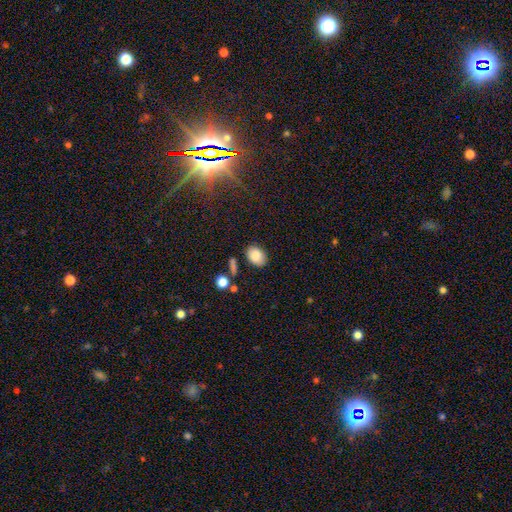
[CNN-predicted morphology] Smooth or featured? smooth (85%)
How rounded? in between (81%)
Merging? none (81%)